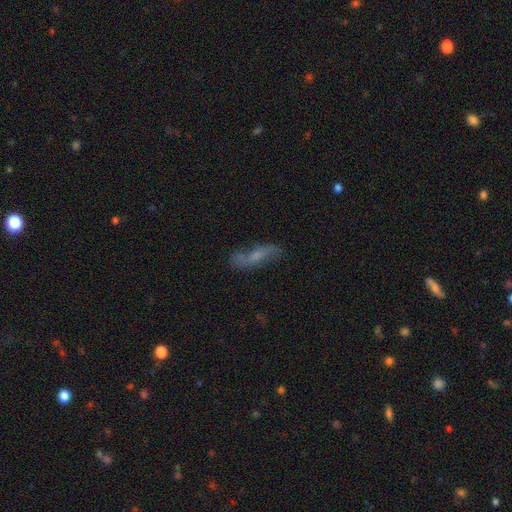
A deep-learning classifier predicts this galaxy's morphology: featured or disk 55%, smooth 35%, star or artifact 10%. Down the decision tree: edge-on disk — no (72%); merging — none (67%).